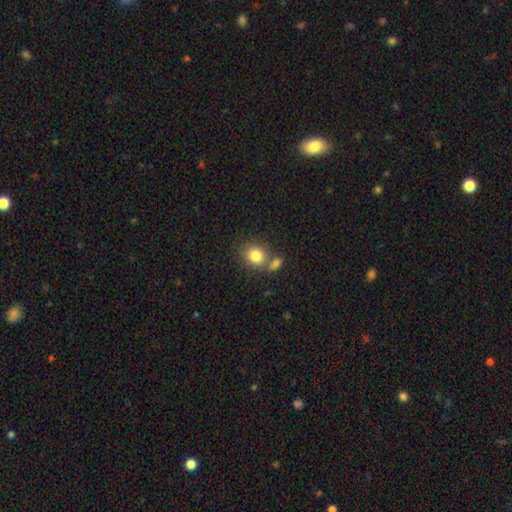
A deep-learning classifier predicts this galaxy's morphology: Smooth or featured? smooth (82%)
How rounded? round (68%)
Merging? none (57%)